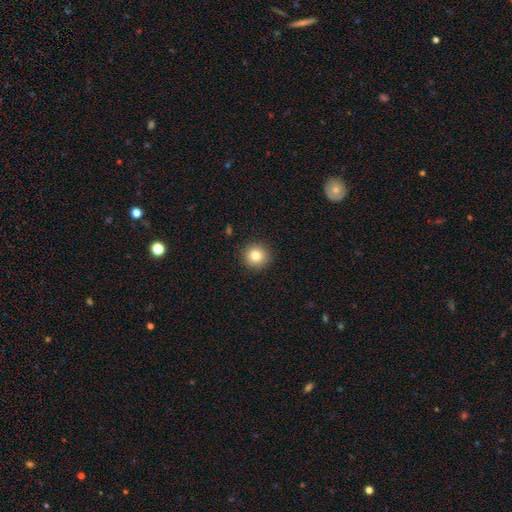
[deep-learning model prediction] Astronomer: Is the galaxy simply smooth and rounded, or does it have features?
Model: smooth — 82%.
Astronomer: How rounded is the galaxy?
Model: round — 94%.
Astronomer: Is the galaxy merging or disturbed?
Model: none — 92%.